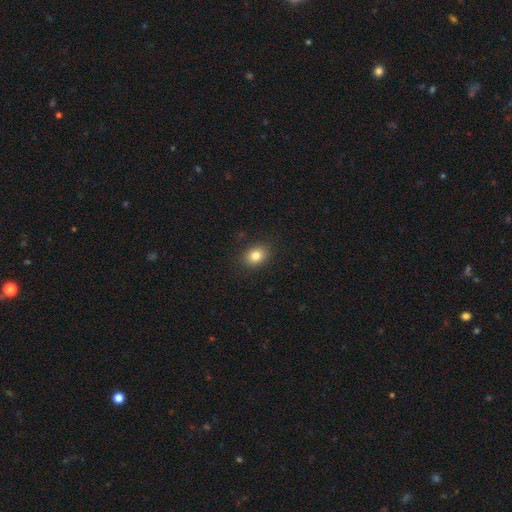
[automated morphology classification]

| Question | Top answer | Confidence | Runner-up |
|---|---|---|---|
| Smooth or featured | smooth | 83% | star or artifact (10%) |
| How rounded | in between | 55% | round (44%) |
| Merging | none | 88% | minor disturbance (8%) |